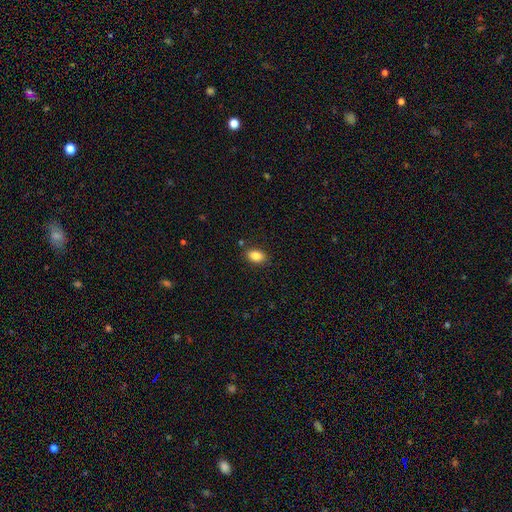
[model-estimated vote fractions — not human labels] smooth-or-featured: smooth: 87% | star or artifact: 9% | featured or disk: 5%
  how-rounded: in between: 85% | round: 13% | cigar-shaped: 2%
  merging: none: 84% | minor disturbance: 11% | major disturbance: 3% | merger: 3%